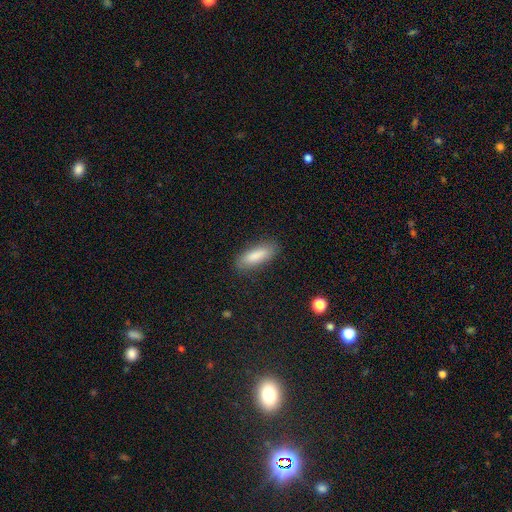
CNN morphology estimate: A smooth galaxy with no disk features (85%) that is in between round and cigar-shaped (57%).

Vote fractions:
- Smooth or featured? smooth: 85% / featured or disk: 9% / star or artifact: 7%
- How rounded? in between: 57% / cigar-shaped: 41% / round: 2%
- Merging? none: 85% / minor disturbance: 11% / major disturbance: 3% / merger: 1%